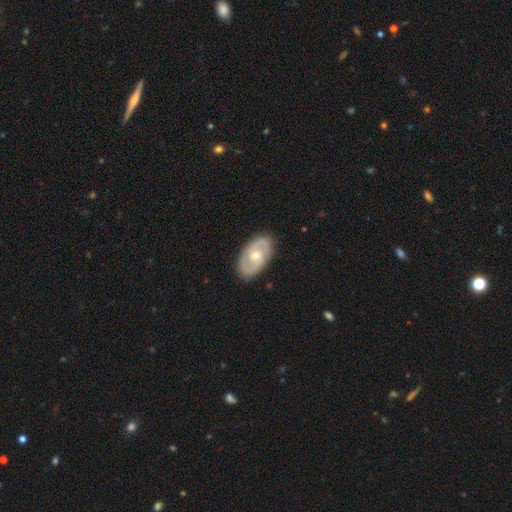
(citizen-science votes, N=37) Smooth or featured? featured or disk (84%)
Edge-on disk? no (87%)
Bar? no (59%)
Spiral arms? yes (85%)
Spiral winding? medium (57%)
Spiral arm count? 2 (91%)
Bulge size? moderate (67%)
Merging? none (92%)